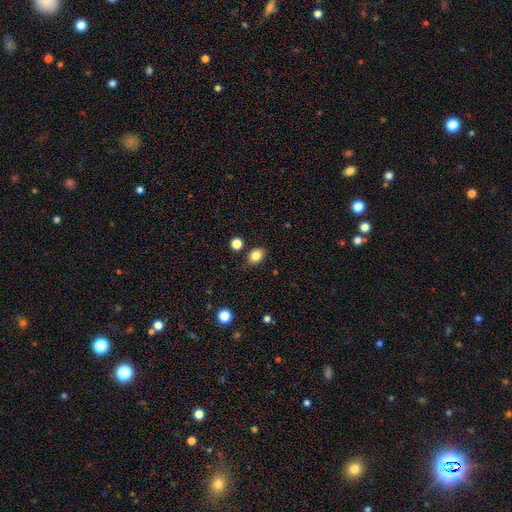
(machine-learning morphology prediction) Smooth or featured? Predicted: smooth (p=0.84). How rounded? Predicted: in between (p=0.62). Merging? Predicted: none (p=0.82).